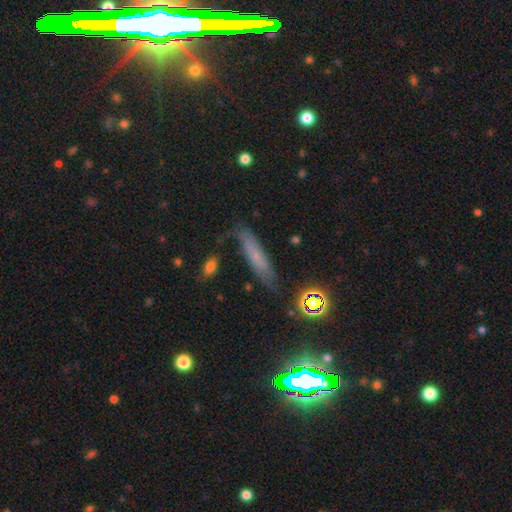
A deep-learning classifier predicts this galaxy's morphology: Q: Smooth or featured?
A: smooth (51%); runner-up: featured or disk (31%)
Q: How rounded?
A: cigar-shaped (78%); runner-up: in between (19%)
Q: Merging?
A: none (71%); runner-up: minor disturbance (19%)